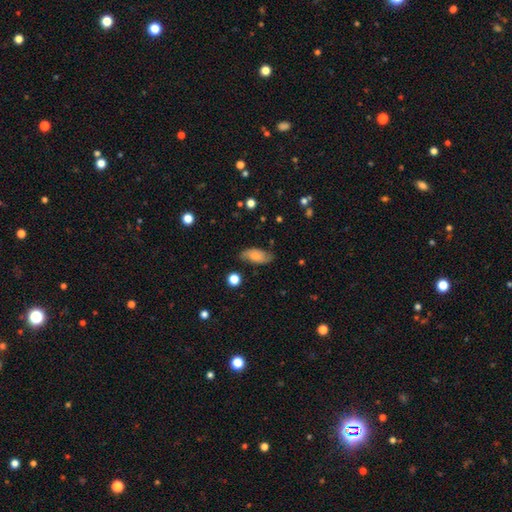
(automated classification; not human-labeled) Smooth or featured? smooth (59%)
How rounded? in between (89%)
Merging? none (74%)